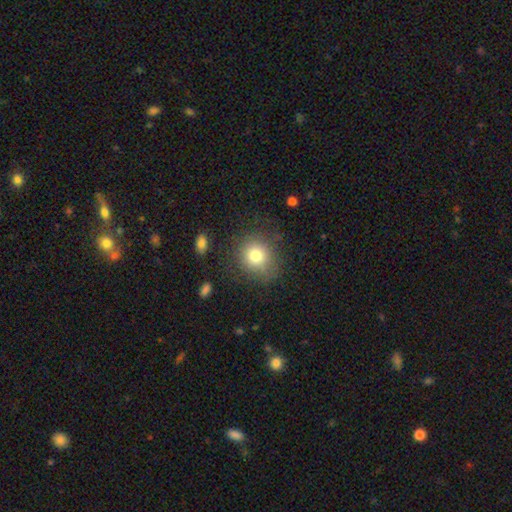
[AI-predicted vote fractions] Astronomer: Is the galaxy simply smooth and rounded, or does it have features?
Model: smooth — 78%.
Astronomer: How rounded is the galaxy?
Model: round — 86%.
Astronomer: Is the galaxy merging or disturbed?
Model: none — 80%.